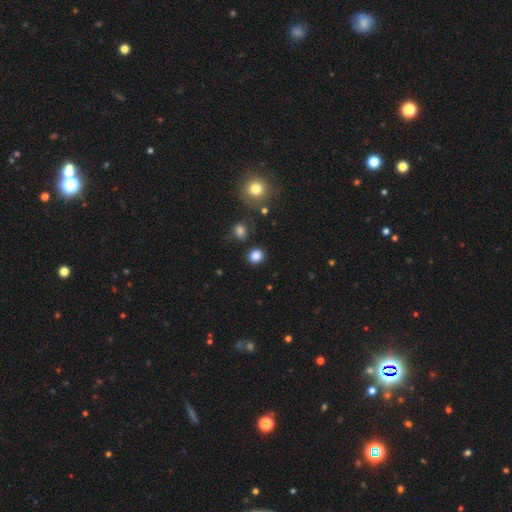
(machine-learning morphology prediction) Smooth or featured? Predicted: smooth (p=0.85). How rounded? Predicted: round (p=0.82). Merging? Predicted: none (p=0.86).